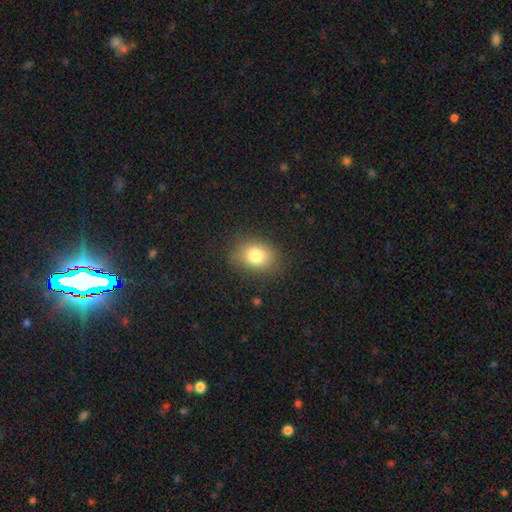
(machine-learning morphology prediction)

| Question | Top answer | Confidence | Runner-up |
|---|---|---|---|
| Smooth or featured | smooth | 80% | star or artifact (11%) |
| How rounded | in between | 63% | round (36%) |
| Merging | none | 80% | minor disturbance (14%) |